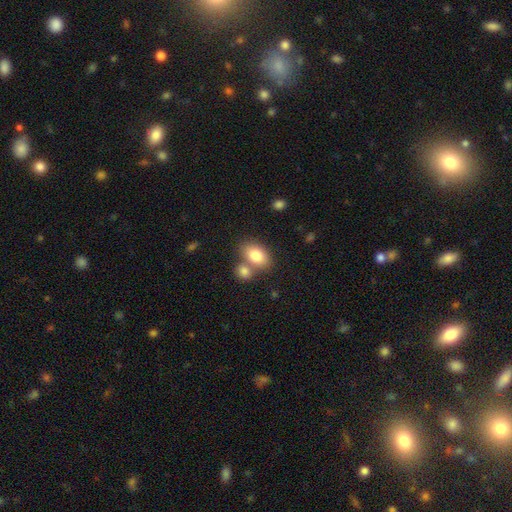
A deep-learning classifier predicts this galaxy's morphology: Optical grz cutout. It shows a smooth galaxy with no disk features (81%) that is in between round and cigar-shaped (84%). Merging: none (49%).